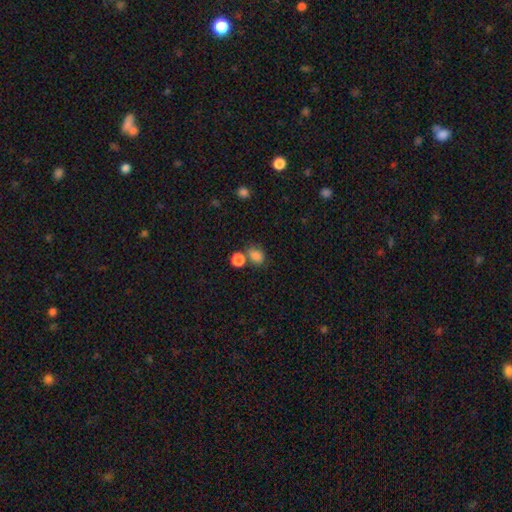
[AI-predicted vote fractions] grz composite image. It shows a smooth galaxy with no disk features (82%) that is in between round and cigar-shaped (52%). Merging: none (55%).